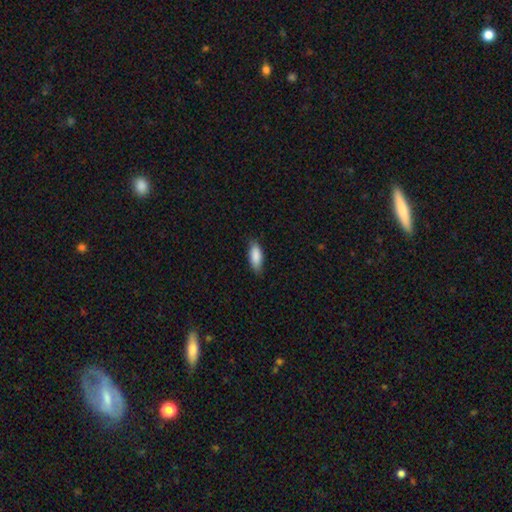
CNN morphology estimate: Q: Smooth or featured?
A: smooth (88%); runner-up: featured or disk (6%)
Q: How rounded?
A: in between (76%); runner-up: cigar-shaped (22%)
Q: Merging?
A: none (81%); runner-up: minor disturbance (15%)